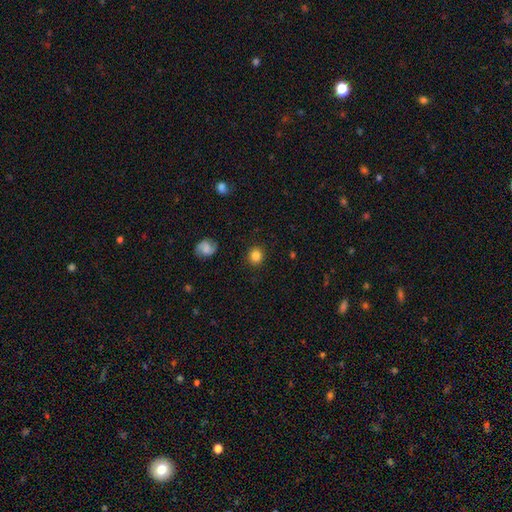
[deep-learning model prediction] A smooth galaxy with no disk features (84%) that is round (83%). Merging: none (89%).